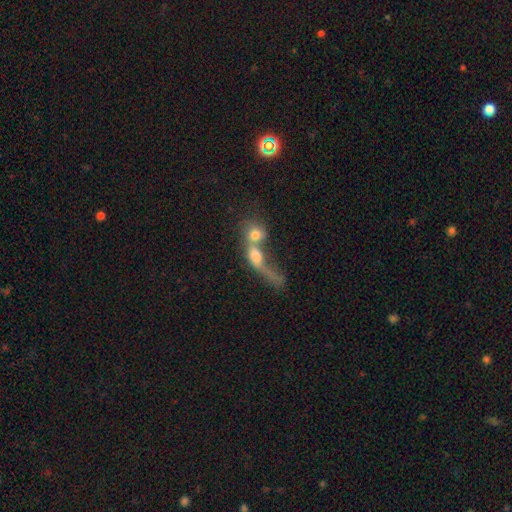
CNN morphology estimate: Smooth or featured: smooth — 55% (featured or disk — 34%)
How rounded: round — 46% (in between — 38%)
Merging: merger — 72% (major disturbance — 13%)